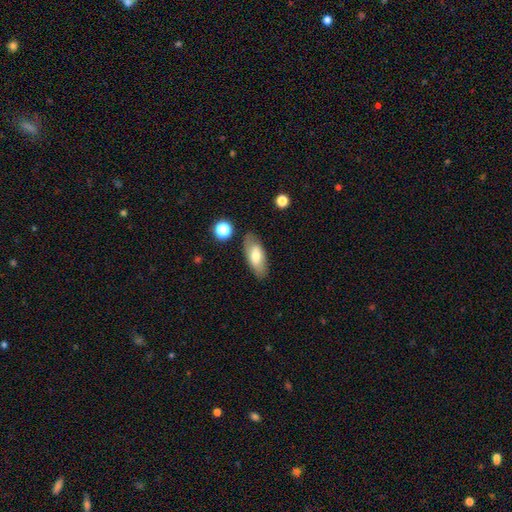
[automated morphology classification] smooth_or_featured: smooth (p=0.66) [alt: featured or disk p=0.27]
how_rounded: in between (p=0.84) [alt: cigar-shaped p=0.13]
merging: none (p=0.81) [alt: minor disturbance p=0.13]